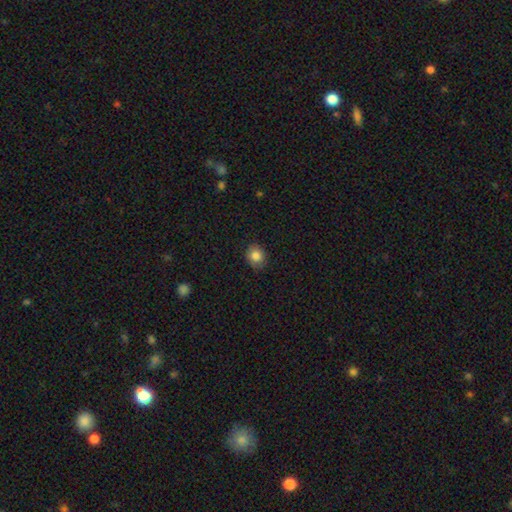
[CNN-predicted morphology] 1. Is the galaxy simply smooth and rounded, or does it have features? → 84% smooth, 10% star or artifact, 7% featured or disk.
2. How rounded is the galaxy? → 69% round, 30% in between, 1% cigar-shaped.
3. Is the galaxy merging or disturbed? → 83% none, 14% minor disturbance, 2% major disturbance, 1% merger.